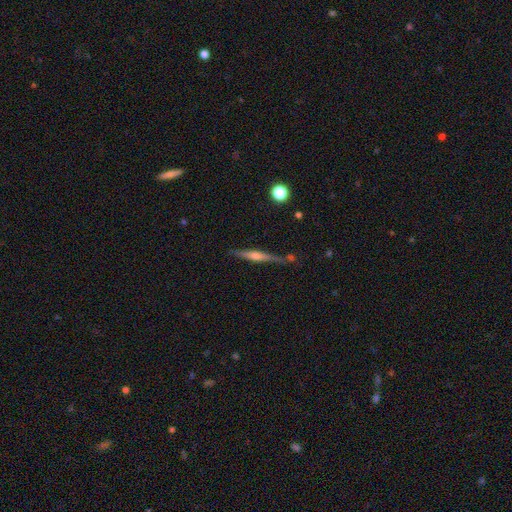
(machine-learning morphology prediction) A featured or disk galaxy (70%) viewed edge-on (97%) with a rounded central bulge (79%). Merging: none (80%).